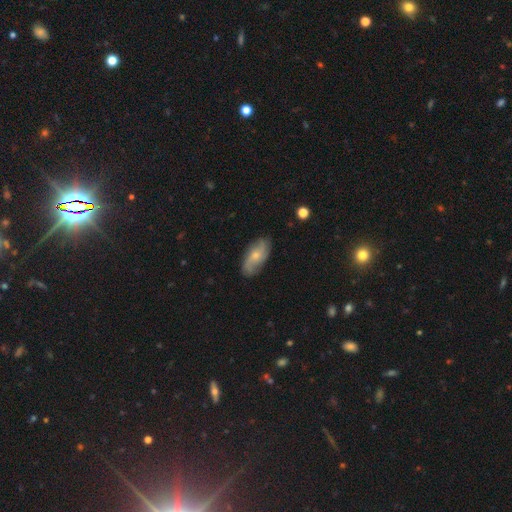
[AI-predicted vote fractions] This is likely a featured or disk galaxy (60%). It is clearly not viewed edge-on (93%). Bar: likely no (69%). Spiral arm pattern: clearly yes (89%). Central bulge: possibly small (59%). Merging: likely none (80%).